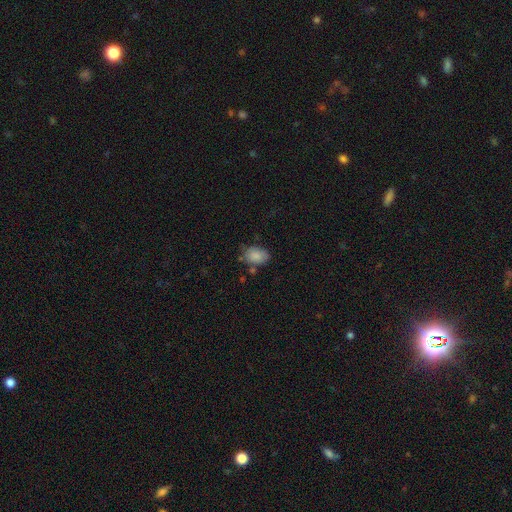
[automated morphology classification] Smooth or featured? smooth (84%)
How rounded? in between (80%)
Merging? none (62%)